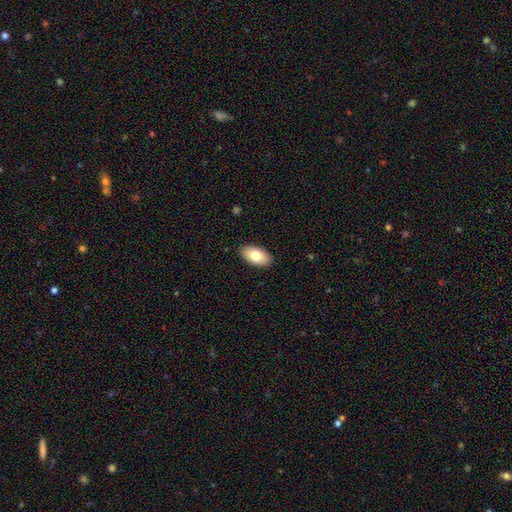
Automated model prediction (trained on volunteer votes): Smooth or featured? smooth (78%)
How rounded? in between (94%)
Merging? none (88%)